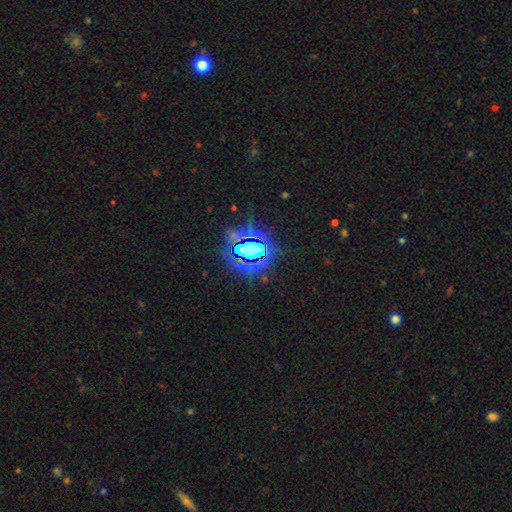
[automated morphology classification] The model was most divided on "smooth or featured": star or artifact: 83%, smooth: 11%, featured or disk: 6%.